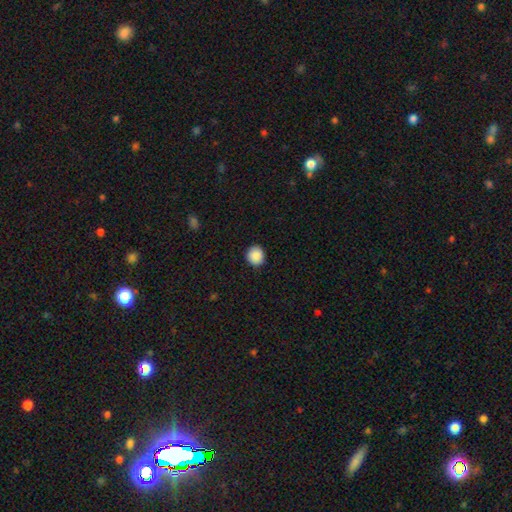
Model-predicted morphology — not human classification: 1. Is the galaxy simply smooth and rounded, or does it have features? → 89% smooth, 8% star or artifact, 3% featured or disk.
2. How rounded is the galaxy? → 89% round, 10% in between, 1% cigar-shaped.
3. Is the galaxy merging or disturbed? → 90% none, 7% minor disturbance, 2% major disturbance, 1% merger.